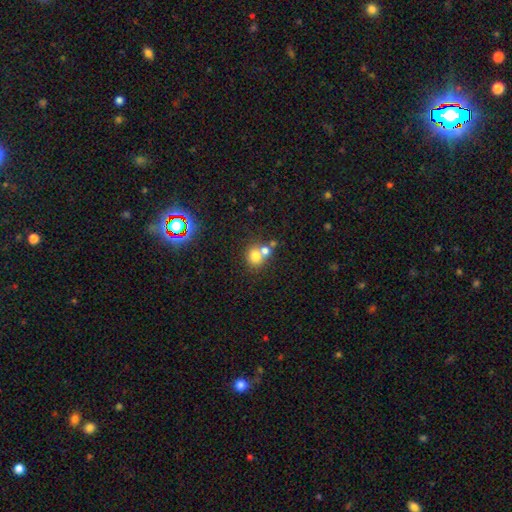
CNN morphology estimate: smooth 73%, star or artifact 14%, featured or disk 13%. Down the decision tree: how rounded — round (78%); merging — merger (47%).